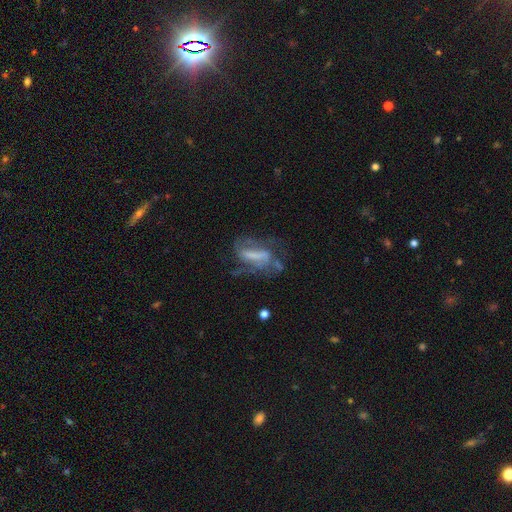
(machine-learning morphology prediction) Overall: featured or disk (66%). Edge-on disk: no (90%). Bar: strong (49%; weak 29%). Spiral arms: yes (65%; no 35%). Bulge size: none (46%; small 21%). Merging: none (39%; major disturbance 34%).